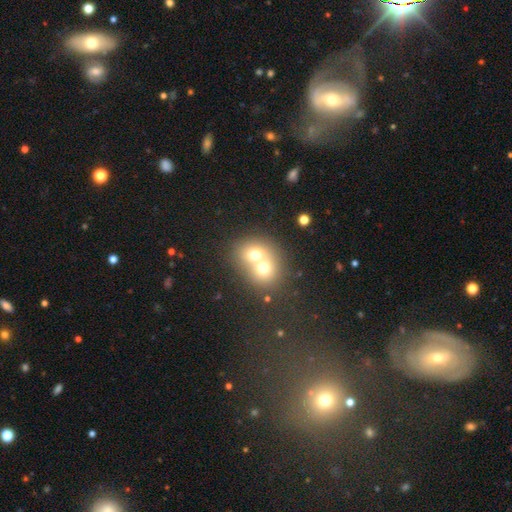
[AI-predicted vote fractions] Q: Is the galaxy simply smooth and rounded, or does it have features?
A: smooth — 62%.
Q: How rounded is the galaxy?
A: round — 69%.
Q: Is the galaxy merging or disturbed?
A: merger — 73%.